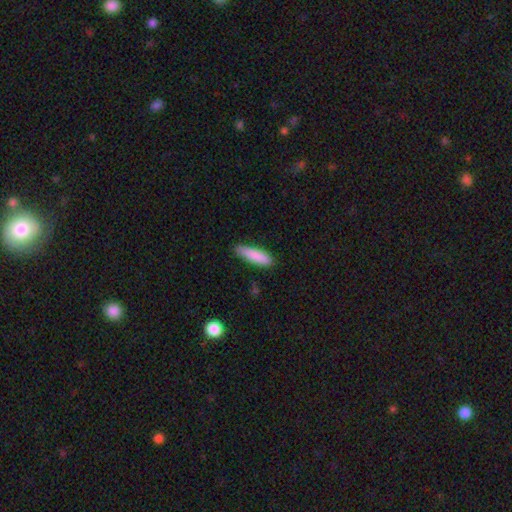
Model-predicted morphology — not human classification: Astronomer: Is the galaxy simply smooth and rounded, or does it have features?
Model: smooth — 87%.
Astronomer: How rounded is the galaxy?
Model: cigar-shaped — 70%.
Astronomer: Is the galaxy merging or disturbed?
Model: none — 80%.